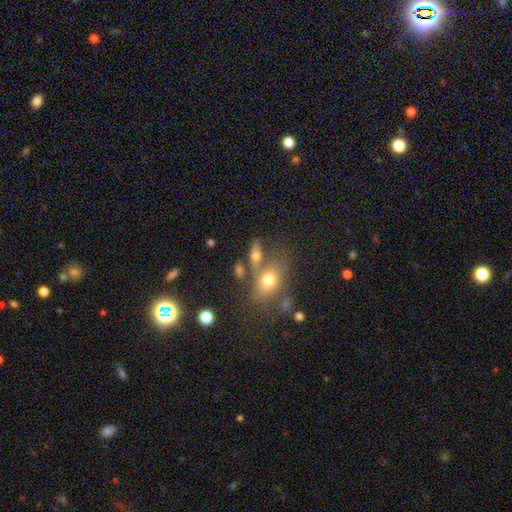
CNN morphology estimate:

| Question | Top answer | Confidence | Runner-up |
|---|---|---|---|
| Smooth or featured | smooth | 67% | featured or disk (22%) |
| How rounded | in between | 73% | cigar-shaped (16%) |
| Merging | none | 50% | merger (28%) |